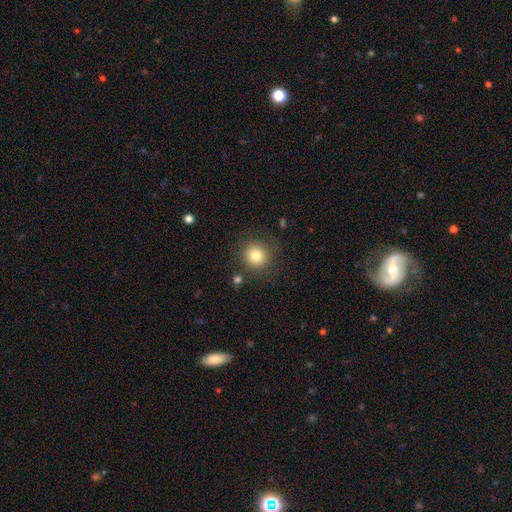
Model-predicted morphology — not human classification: Smooth or featured: smooth — 81% (star or artifact — 11%)
How rounded: round — 92% (in between — 7%)
Merging: none — 85% (minor disturbance — 8%)